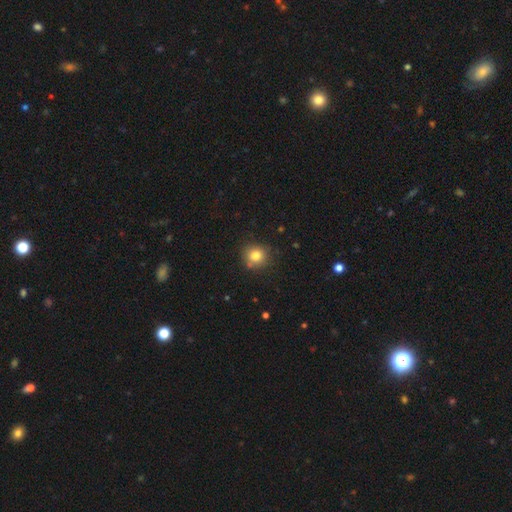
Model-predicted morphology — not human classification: smooth_or_featured: smooth (p=0.80) [alt: star or artifact p=0.12]
how_rounded: round (p=0.88) [alt: in between p=0.11]
merging: none (p=0.80) [alt: minor disturbance p=0.12]